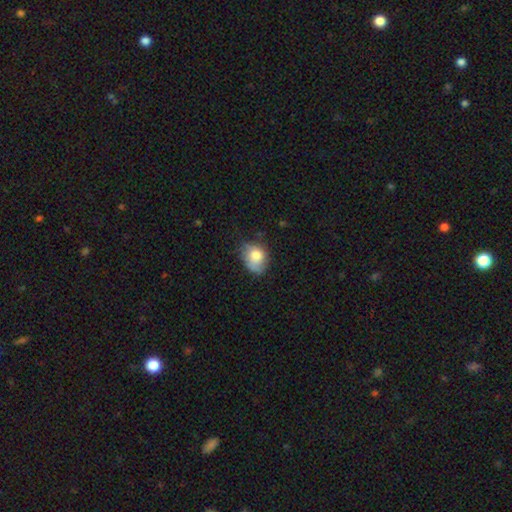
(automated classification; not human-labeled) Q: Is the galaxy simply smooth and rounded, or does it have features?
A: smooth — 76%.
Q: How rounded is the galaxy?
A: in between — 58%.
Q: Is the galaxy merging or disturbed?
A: none — 48%.